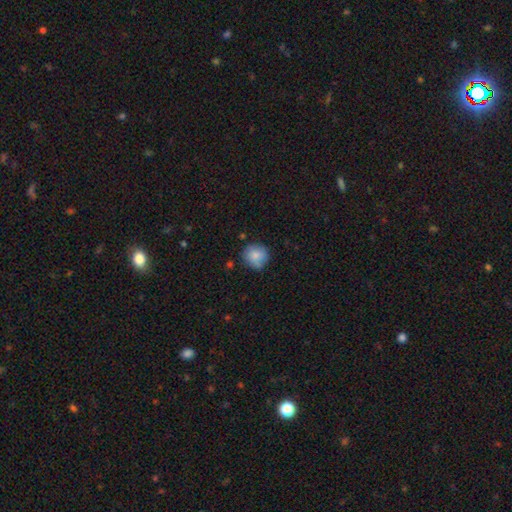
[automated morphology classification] This appears to be a smooth galaxy with no disk features (81%) that is round (89%). Merging: none (74%).